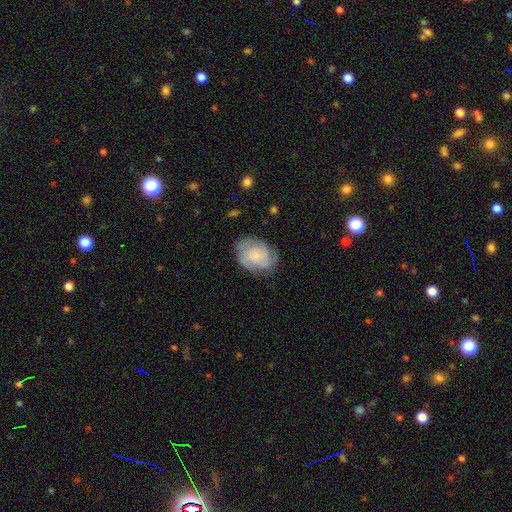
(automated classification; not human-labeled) featured or disk 62%, smooth 31%, star or artifact 7%. Down the decision tree: edge-on disk — no (97%); bar — no (76%); spiral arms — yes (89%); spiral arm count — can't tell (32%); spiral winding — tight (50%); bulge size — small (51%); merging — none (69%).